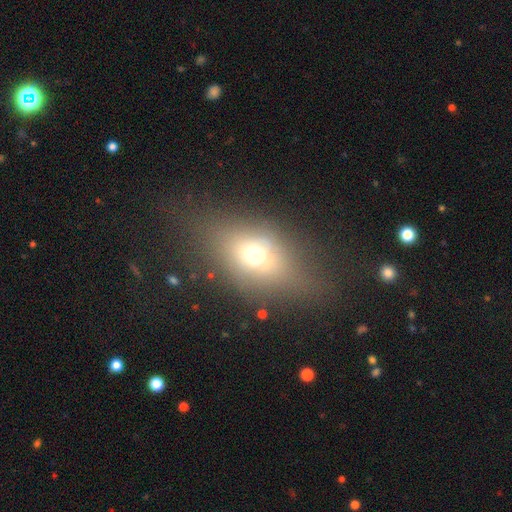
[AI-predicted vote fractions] smooth_or_featured: smooth (p=0.59) [alt: featured or disk p=0.23]
how_rounded: in between (p=0.66) [alt: round p=0.30]
merging: none (p=0.67) [alt: minor disturbance p=0.18]